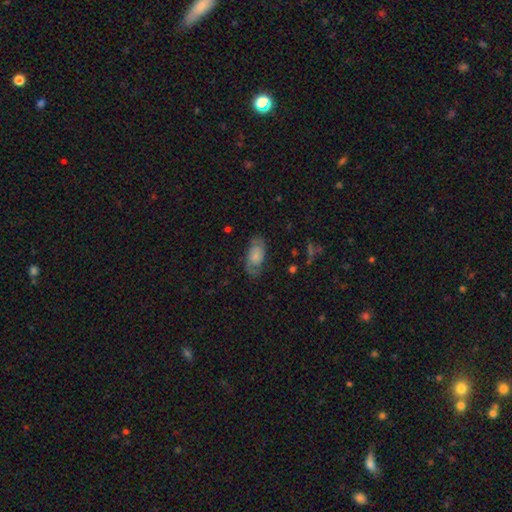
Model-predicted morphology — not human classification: Overall: featured or disk (64%; smooth 28%). Edge-on disk: no (95%). Bar: no (72%). Spiral arms: yes (90%). Spiral arm count: 2 (82%). Spiral winding: medium (44%; tight 37%). Bulge size: small (49%; moderate 28%). Merging: none (73%).